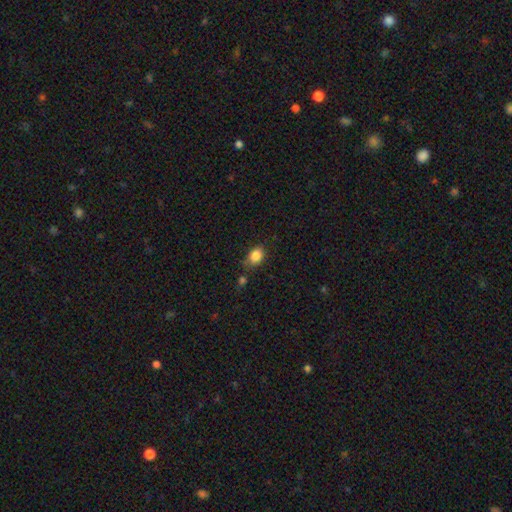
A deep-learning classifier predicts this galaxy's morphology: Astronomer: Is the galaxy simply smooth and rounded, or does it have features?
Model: smooth — 86%.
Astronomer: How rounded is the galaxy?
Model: in between — 64%.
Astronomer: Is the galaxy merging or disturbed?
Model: none — 68%.